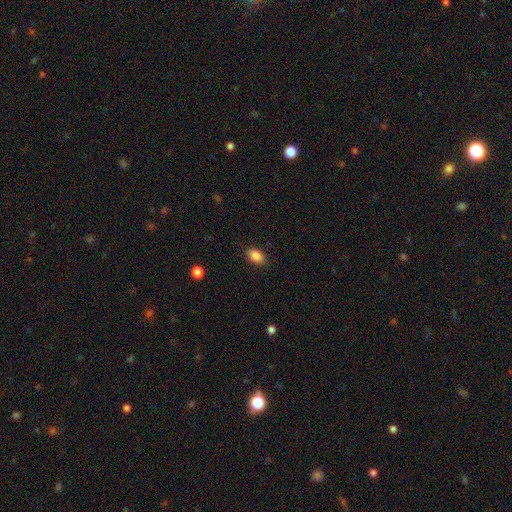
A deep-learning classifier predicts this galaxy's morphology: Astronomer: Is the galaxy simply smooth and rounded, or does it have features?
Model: smooth — 88%.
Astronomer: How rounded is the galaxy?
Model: in between — 91%.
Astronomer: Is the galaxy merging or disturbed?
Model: none — 87%.